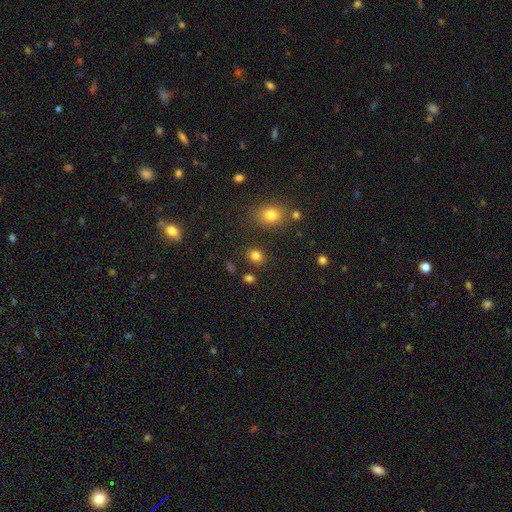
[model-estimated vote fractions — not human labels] smooth_or_featured: smooth (p=0.82) [alt: star or artifact p=0.12]
how_rounded: round (p=0.56) [alt: in between p=0.43]
merging: none (p=0.83) [alt: minor disturbance p=0.09]